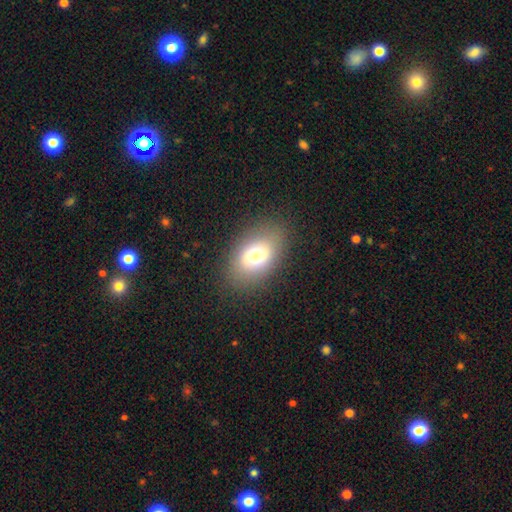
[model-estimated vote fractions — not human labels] The model was most divided on "smooth or featured": smooth: 72%, featured or disk: 18%, star or artifact: 10%. More confident: how rounded — in between (85%); merging — none (83%).